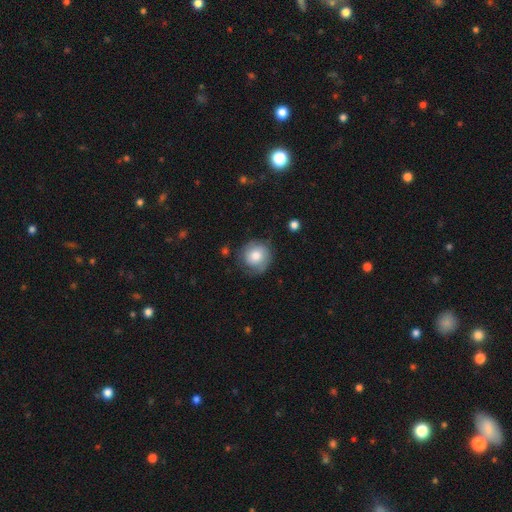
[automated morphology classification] This appears to be a smooth galaxy with no disk features (72%) that is round (90%). Merging: none (69%).